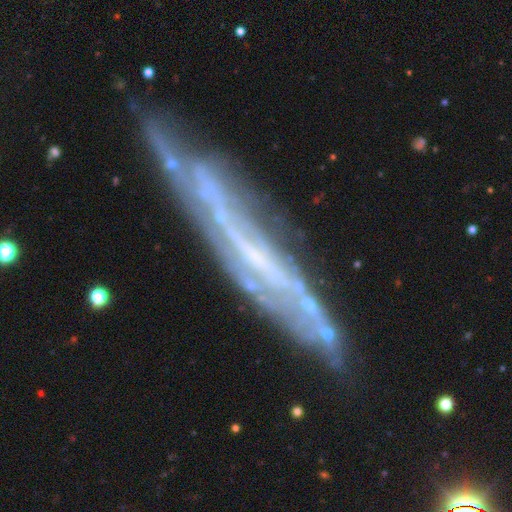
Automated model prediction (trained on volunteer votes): Morphology: type=featured or disk (77%); edge-on=yes (63%); merging=none (64%).